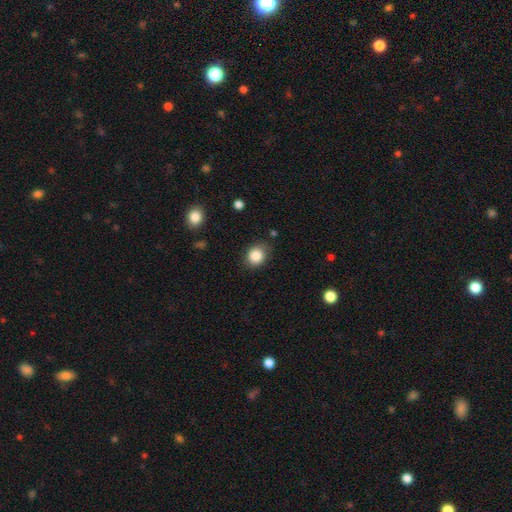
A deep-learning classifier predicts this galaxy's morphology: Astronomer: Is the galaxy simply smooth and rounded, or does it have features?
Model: smooth — 86%.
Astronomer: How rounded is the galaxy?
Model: round — 72%.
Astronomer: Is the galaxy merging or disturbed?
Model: none — 81%.